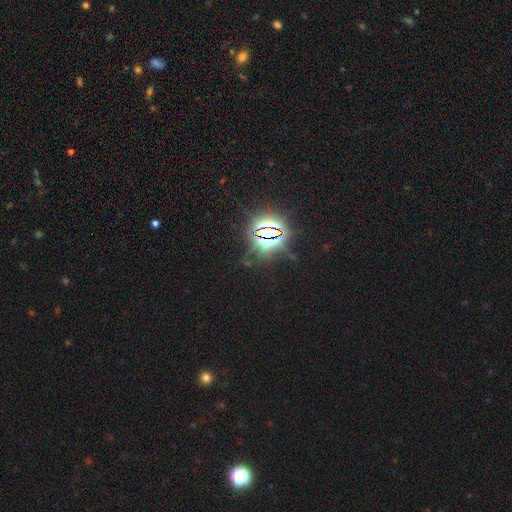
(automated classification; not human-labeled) smooth_or_featured: star or artifact (p=0.85) [alt: smooth p=0.09]